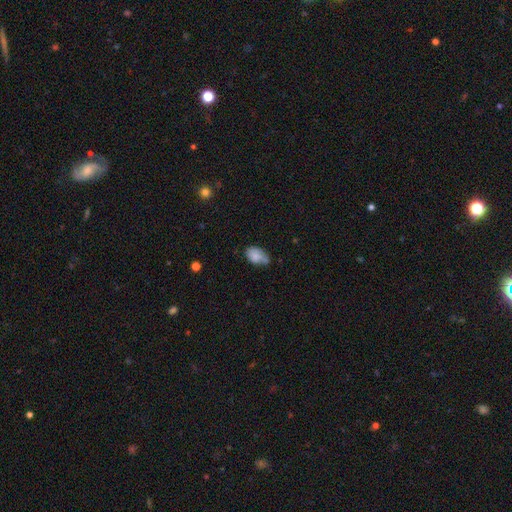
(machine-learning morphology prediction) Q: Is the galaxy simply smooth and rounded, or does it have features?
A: smooth — 72%.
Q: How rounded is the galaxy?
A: in between — 88%.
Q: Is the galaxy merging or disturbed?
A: none — 42%.